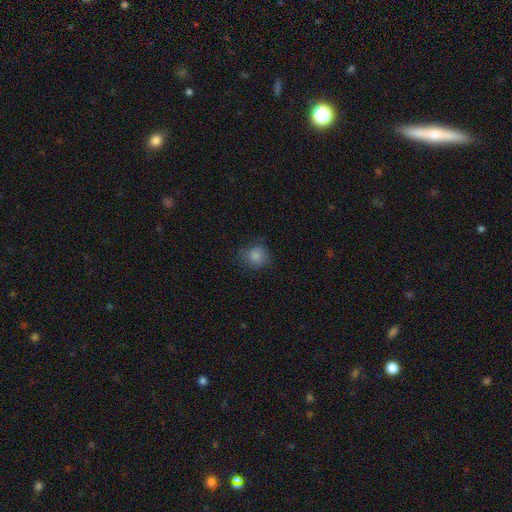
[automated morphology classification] Smooth or featured? Predicted: smooth (p=0.85). How rounded? Predicted: round (p=0.83). Merging? Predicted: none (p=0.75).